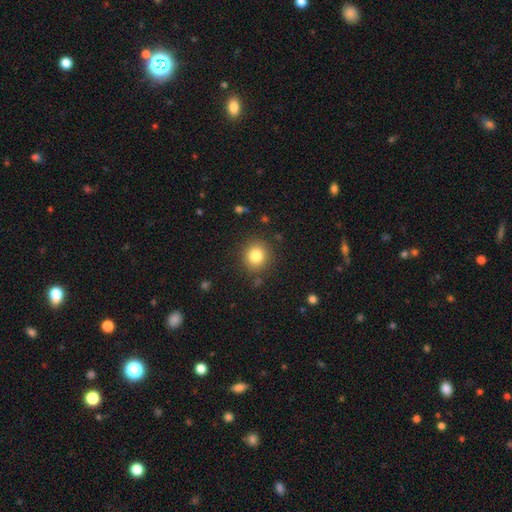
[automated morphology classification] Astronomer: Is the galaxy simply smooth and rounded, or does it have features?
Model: smooth — 81%.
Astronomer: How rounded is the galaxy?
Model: round — 88%.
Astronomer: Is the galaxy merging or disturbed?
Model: none — 87%.